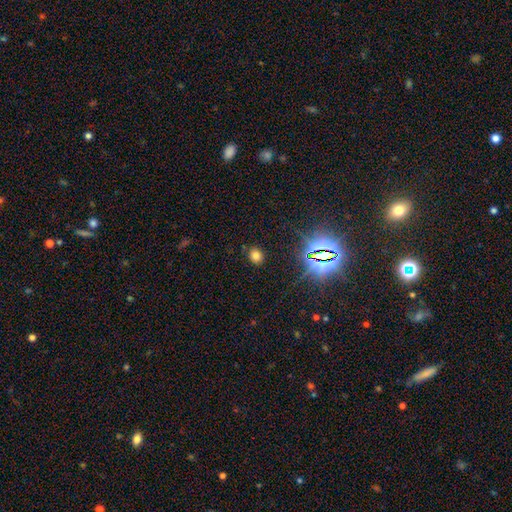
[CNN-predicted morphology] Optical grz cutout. It shows a smooth galaxy with no disk features (69%) that is round (51%). Merging: none (85%).